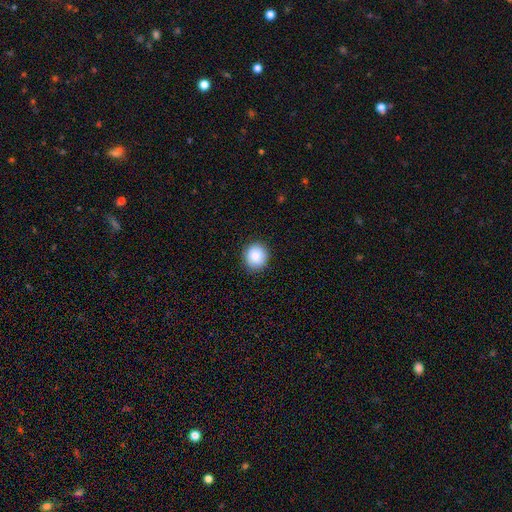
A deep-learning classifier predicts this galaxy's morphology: A smooth galaxy with no disk features (88%) that is round (89%).

Vote fractions:
- Smooth or featured? smooth: 88% / star or artifact: 8% / featured or disk: 4%
- How rounded? round: 89% / in between: 10% / cigar-shaped: 1%
- Merging? none: 90% / minor disturbance: 7% / major disturbance: 2% / merger: 1%